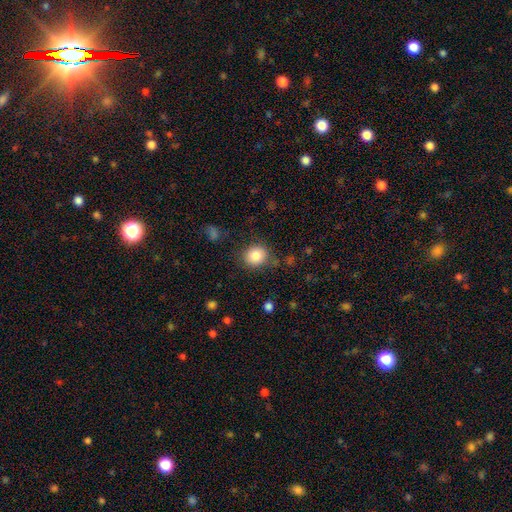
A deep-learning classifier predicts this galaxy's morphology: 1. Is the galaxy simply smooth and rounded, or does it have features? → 84% smooth, 9% star or artifact, 6% featured or disk.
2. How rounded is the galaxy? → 79% round, 20% in between, 1% cigar-shaped.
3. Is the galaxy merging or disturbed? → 81% none, 13% minor disturbance, 4% major disturbance, 2% merger.